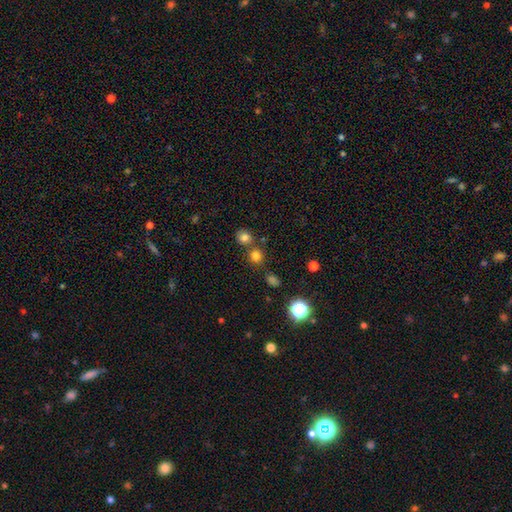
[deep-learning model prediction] smooth 75%, star or artifact 19%, featured or disk 6%. Down the decision tree: how rounded — round (83%); merging — none (67%).